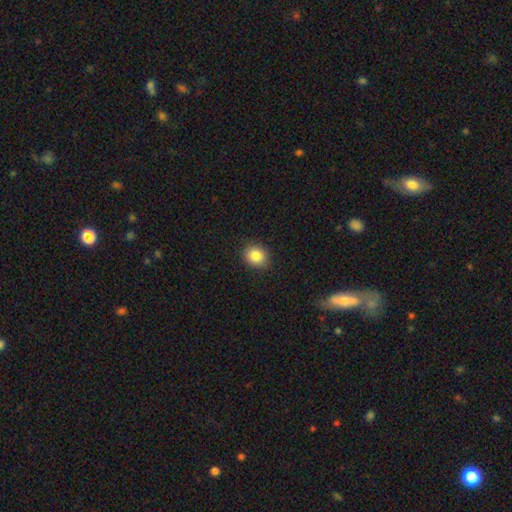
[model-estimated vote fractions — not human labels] smooth_or_featured: smooth (p=0.85) [alt: star or artifact p=0.09]
how_rounded: round (p=0.68) [alt: in between p=0.32]
merging: none (p=0.90) [alt: minor disturbance p=0.07]